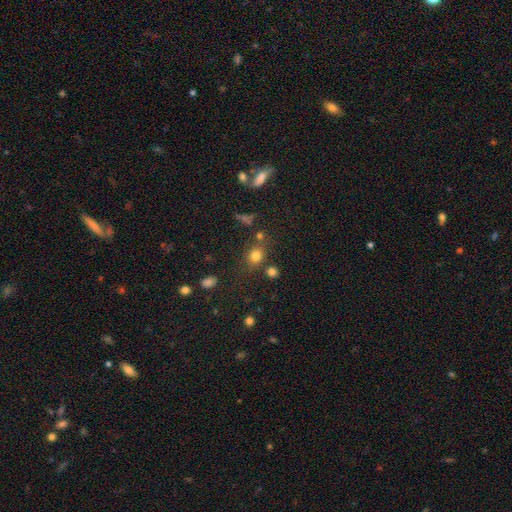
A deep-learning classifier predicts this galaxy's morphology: The model was most divided on "how rounded": round: 70%, in between: 29%, cigar-shaped: 1%. More confident: smooth or featured — smooth (76%); merging — none (71%).